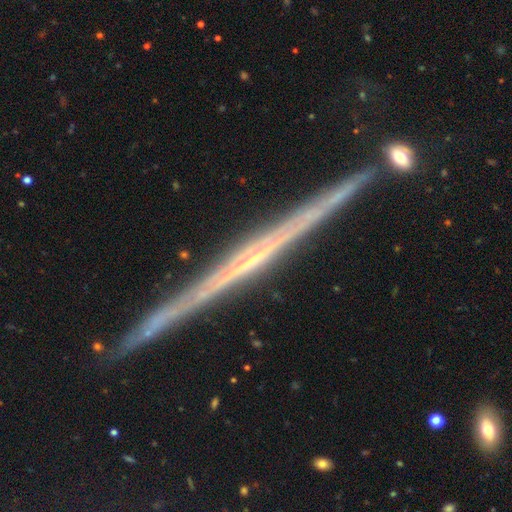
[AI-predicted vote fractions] Smooth or featured: featured or disk — 82% (smooth — 9%)
Edge-on disk: yes — 98% (no — 2%)
Edge-on bulge: none — 68% (rounded — 24%)
Merging: none — 90% (minor disturbance — 7%)